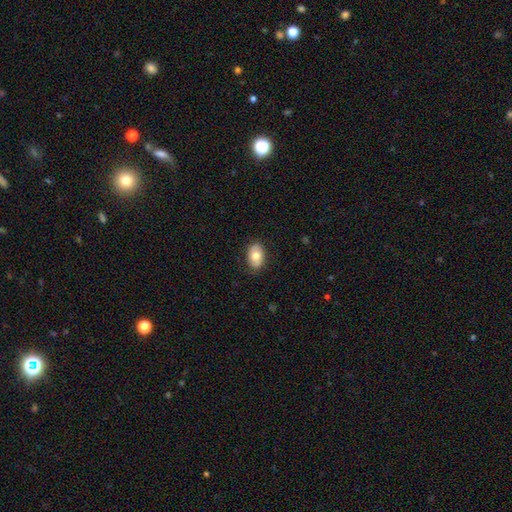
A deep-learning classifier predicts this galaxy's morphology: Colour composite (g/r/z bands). It shows a smooth galaxy with no disk features (74%) that is in between round and cigar-shaped (85%). Merging: none (83%).